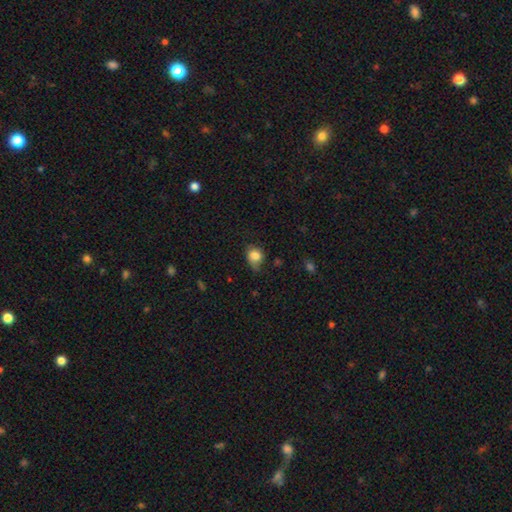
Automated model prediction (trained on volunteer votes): The model was most divided on "how rounded": round: 55%, in between: 44%, cigar-shaped: 1%. More confident: smooth or featured — smooth (82%); merging — none (50%).